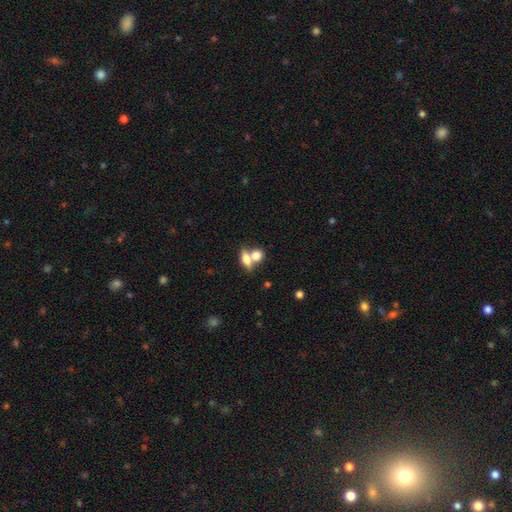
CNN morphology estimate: smooth-or-featured: smooth: 74% | featured or disk: 17% | star or artifact: 9%
  how-rounded: in between: 55% | round: 36% | cigar-shaped: 9%
  merging: merger: 56% | none: 32% | minor disturbance: 8% | major disturbance: 4%